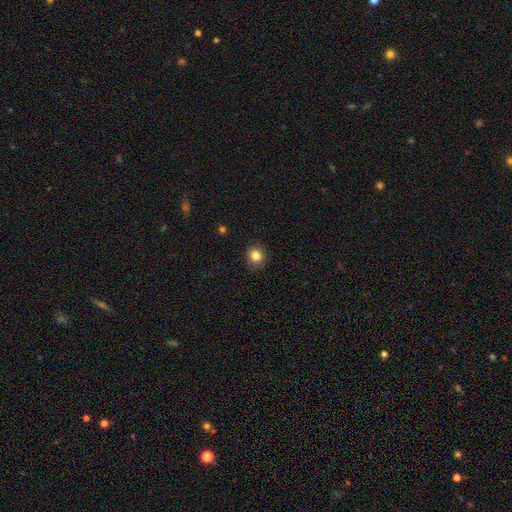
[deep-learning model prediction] Overall: smooth (83%). How rounded: round (76%). Merging: none (88%).